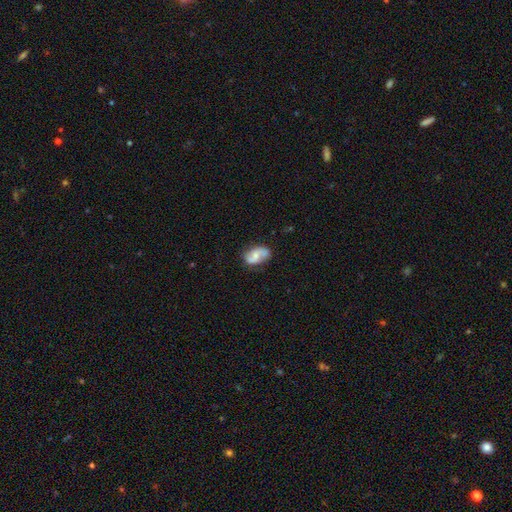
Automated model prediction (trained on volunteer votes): This appears to be a featured or disk galaxy (58%) with no bar (54%), spiral arms (86%) and a moderate central bulge (48%). Merging: none (72%).